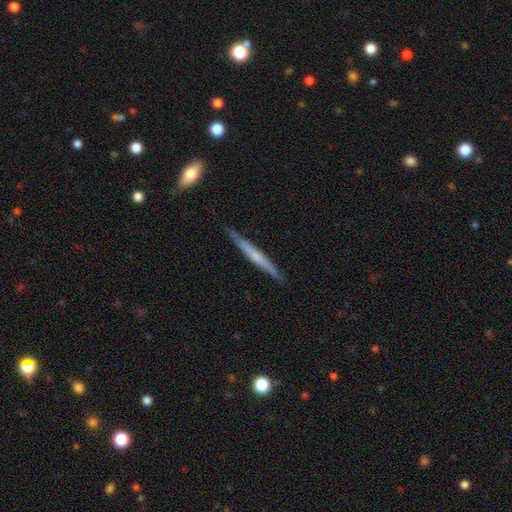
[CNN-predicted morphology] smooth_or_featured: featured or disk (p=0.56) [alt: smooth p=0.39]
disk_edge_on: yes (p=0.97) [alt: no p=0.03]
edge_on_bulge: none (p=0.57) [alt: rounded p=0.34]
merging: none (p=0.89) [alt: minor disturbance p=0.08]